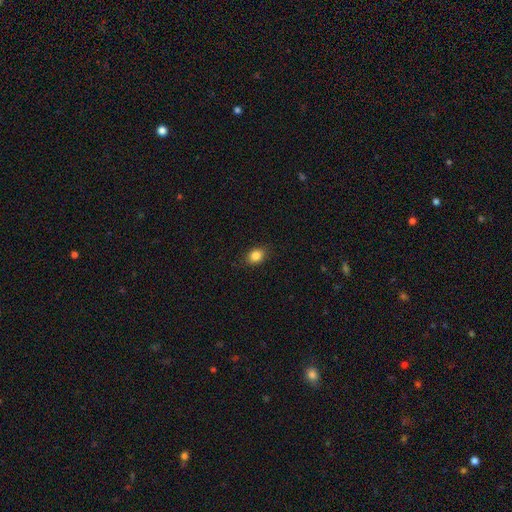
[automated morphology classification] Q: Smooth or featured?
A: smooth (86%); runner-up: star or artifact (10%)
Q: How rounded?
A: in between (59%); runner-up: round (40%)
Q: Merging?
A: none (87%); runner-up: minor disturbance (10%)